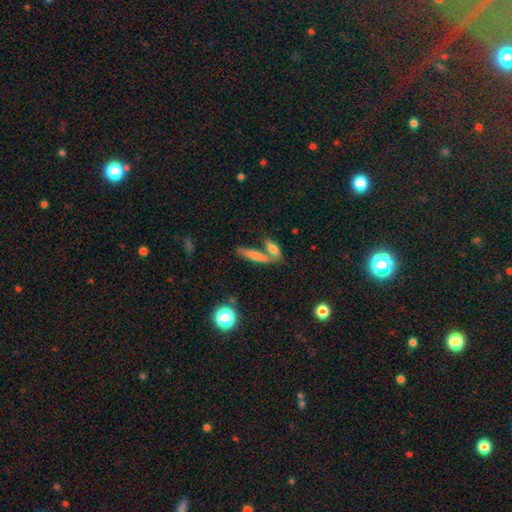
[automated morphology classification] Q: Smooth or featured?
A: smooth (67%); runner-up: featured or disk (22%)
Q: How rounded?
A: cigar-shaped (71%); runner-up: in between (25%)
Q: Merging?
A: none (47%); runner-up: merger (40%)